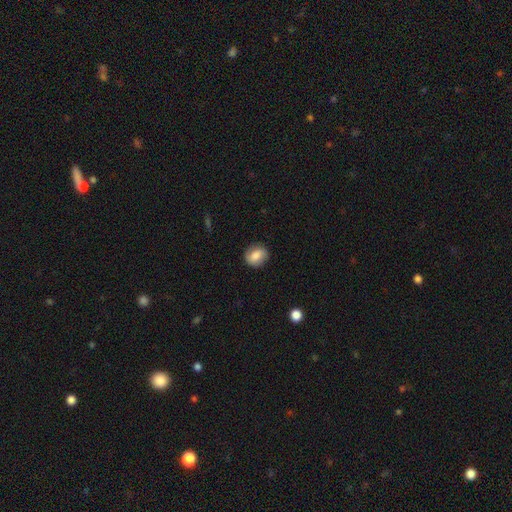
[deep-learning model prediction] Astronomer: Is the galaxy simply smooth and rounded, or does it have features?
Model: smooth — 72%.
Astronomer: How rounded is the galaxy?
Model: round — 72%.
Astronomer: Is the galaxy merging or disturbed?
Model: none — 83%.